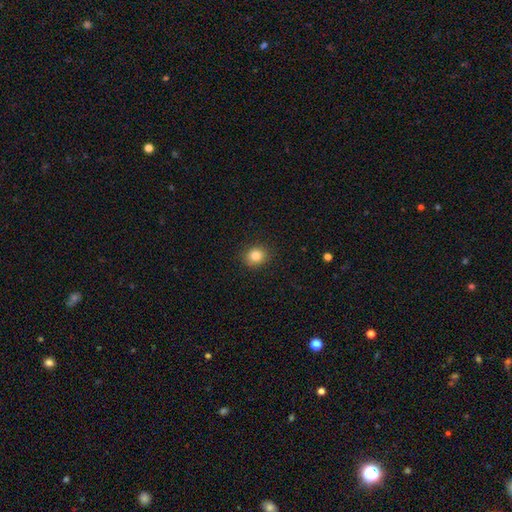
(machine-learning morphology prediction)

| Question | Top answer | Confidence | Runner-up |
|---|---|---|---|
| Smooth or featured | smooth | 83% | star or artifact (11%) |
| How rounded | round | 78% | in between (21%) |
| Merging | none | 90% | minor disturbance (7%) |